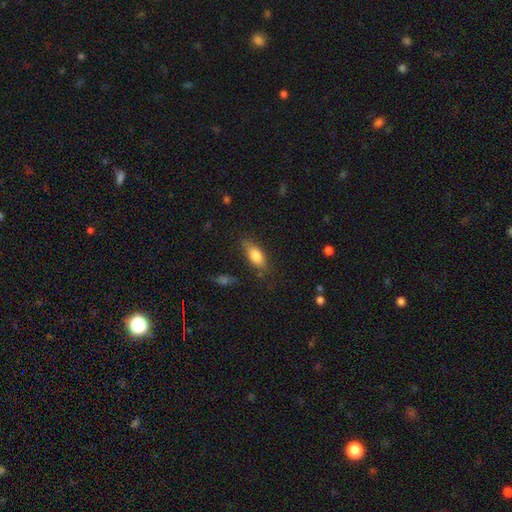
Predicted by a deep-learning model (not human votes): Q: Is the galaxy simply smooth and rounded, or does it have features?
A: smooth — 80%.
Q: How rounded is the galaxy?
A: in between — 82%.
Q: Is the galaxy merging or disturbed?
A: none — 71%.